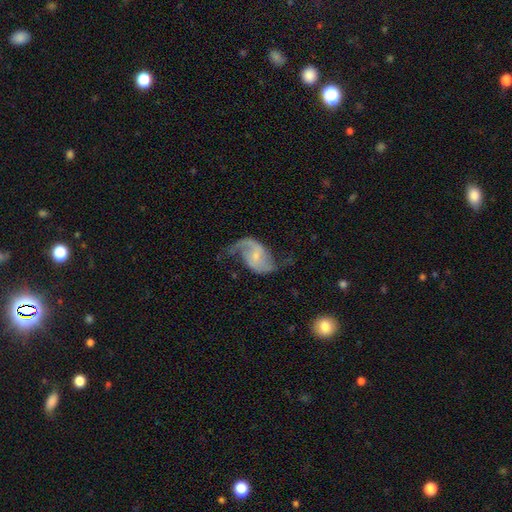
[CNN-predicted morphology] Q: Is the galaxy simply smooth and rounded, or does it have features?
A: featured or disk — 86%.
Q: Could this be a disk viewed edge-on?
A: no — 98%.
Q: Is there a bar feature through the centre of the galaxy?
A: weak — 43%.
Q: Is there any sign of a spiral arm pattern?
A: yes — 95%.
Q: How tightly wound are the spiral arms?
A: loose — 69%.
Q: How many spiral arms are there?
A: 2 — 87%.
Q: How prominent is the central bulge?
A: small — 61%.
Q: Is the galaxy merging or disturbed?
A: none — 58%.